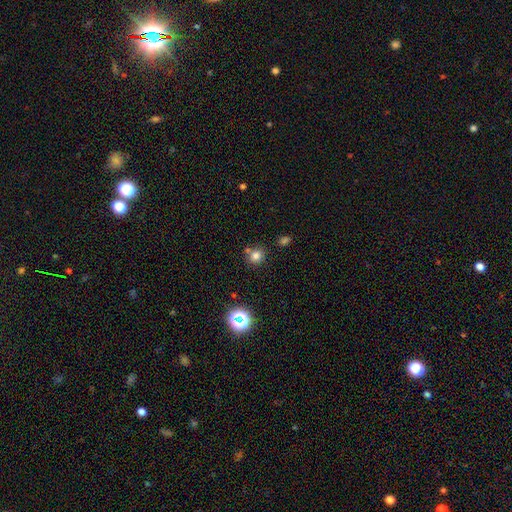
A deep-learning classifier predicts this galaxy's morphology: Overall: smooth (76%). How rounded: round (85%). Merging: none (73%).